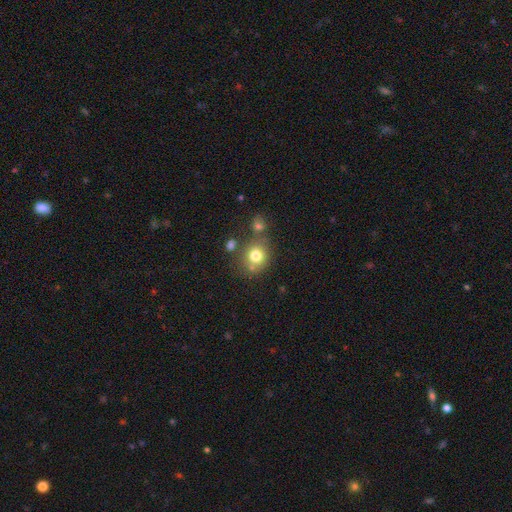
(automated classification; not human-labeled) Q: Smooth or featured?
A: smooth (77%); runner-up: star or artifact (12%)
Q: How rounded?
A: round (81%); runner-up: in between (18%)
Q: Merging?
A: none (63%); runner-up: merger (19%)